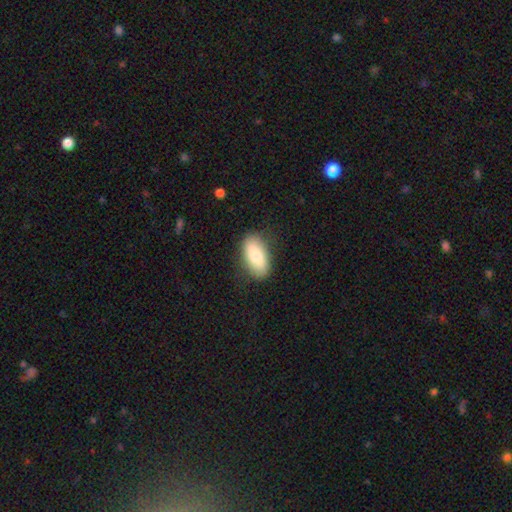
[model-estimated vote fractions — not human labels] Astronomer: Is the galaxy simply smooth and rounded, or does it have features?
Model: smooth — 79%.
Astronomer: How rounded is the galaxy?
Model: in between — 91%.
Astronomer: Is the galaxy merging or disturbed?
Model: none — 81%.